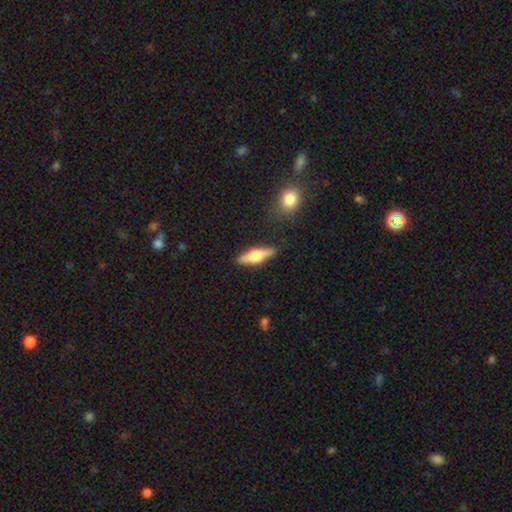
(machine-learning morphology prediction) smooth_or_featured: featured or disk (p=0.50) [alt: smooth p=0.44]
disk_edge_on: yes (p=0.93) [alt: no p=0.07]
merging: none (p=0.86) [alt: minor disturbance p=0.09]